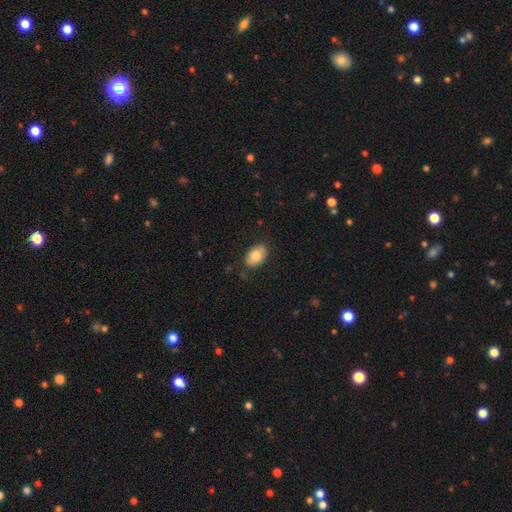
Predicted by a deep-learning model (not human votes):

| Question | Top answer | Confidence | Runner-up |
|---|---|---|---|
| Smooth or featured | smooth | 80% | featured or disk (13%) |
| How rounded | in between | 89% | round (9%) |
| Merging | none | 83% | minor disturbance (13%) |